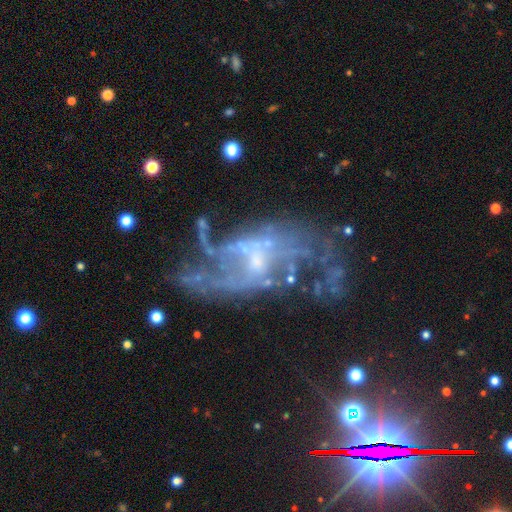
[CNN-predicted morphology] This appears to be a featured or disk galaxy (82%) with no bar (50%), 2 (47%) loose (61%) spiral arms (79%) and a small central bulge (54%). Merging: none (42%).